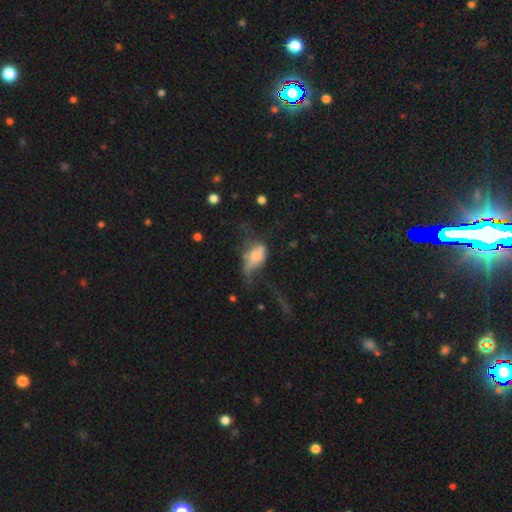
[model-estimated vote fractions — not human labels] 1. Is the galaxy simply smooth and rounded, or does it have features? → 54% smooth, 36% featured or disk, 10% star or artifact.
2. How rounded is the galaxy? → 86% in between, 7% round, 7% cigar-shaped.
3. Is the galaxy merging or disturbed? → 52% major disturbance, 20% none, 20% minor disturbance, 8% merger.